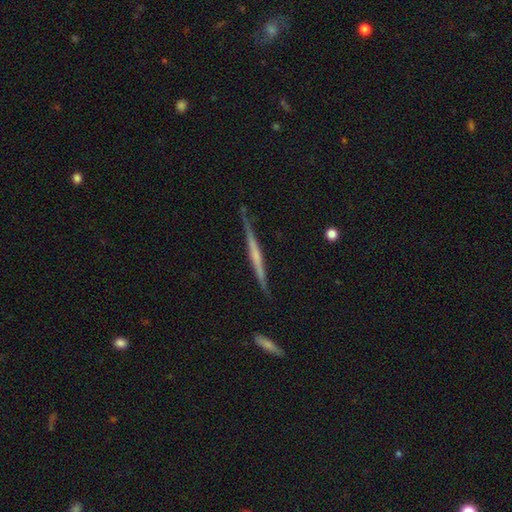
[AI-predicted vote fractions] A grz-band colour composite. It shows a featured or disk galaxy (69%) viewed edge-on (98%) with no central bulge (58%). Merging: none (84%).